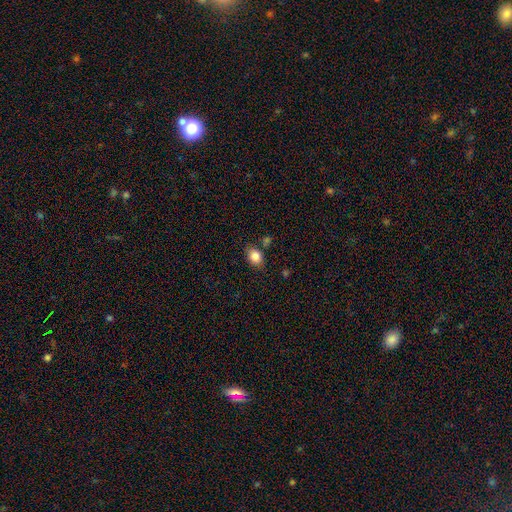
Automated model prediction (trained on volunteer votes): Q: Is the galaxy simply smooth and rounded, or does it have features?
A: smooth — 84%.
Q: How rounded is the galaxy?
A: in between — 60%.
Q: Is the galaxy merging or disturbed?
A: none — 75%.